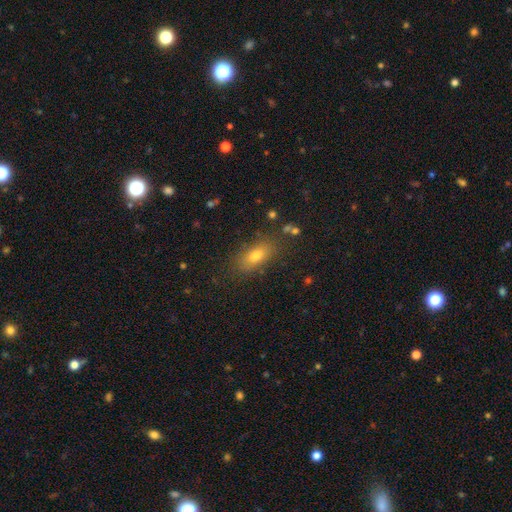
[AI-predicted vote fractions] Smooth or featured?
  - smooth: 75% *
  - featured or disk: 13%
  - star or artifact: 12%
How rounded?
  - in between: 79% *
  - cigar-shaped: 13%
  - round: 8%
Merging?
  - none: 82% *
  - minor disturbance: 12%
  - major disturbance: 4%
  - merger: 3%